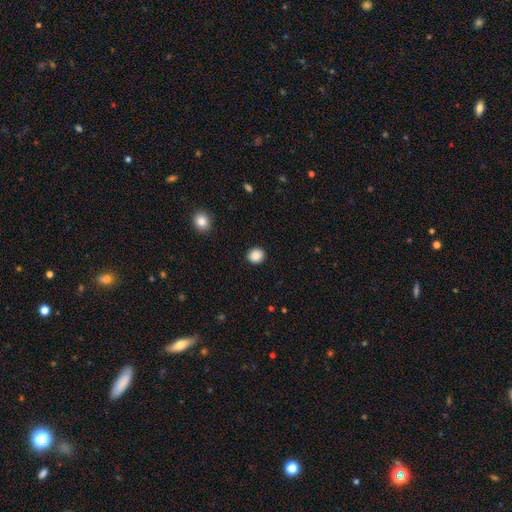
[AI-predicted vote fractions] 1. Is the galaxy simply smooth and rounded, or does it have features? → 88% smooth, 9% star or artifact, 3% featured or disk.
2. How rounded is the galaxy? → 82% round, 17% in between, 1% cigar-shaped.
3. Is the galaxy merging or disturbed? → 92% none, 5% minor disturbance, 2% major disturbance, 1% merger.